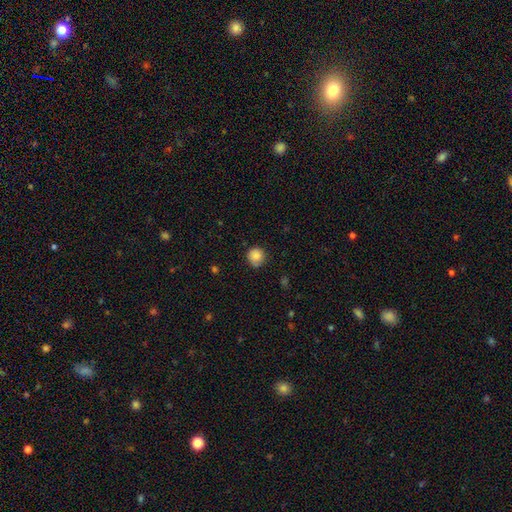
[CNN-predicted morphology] This is clearly a smooth galaxy (85%). How rounded: clearly round (92%). Merging: likely none (78%).